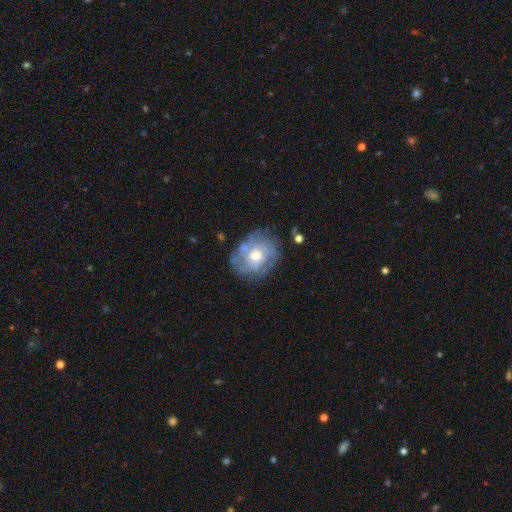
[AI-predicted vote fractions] featured or disk 73%, smooth 20%, star or artifact 8%. Down the decision tree: edge-on disk — no (97%); bar — no (81%); spiral arms — yes (68%); bulge size — moderate (70%); merging — none (71%).